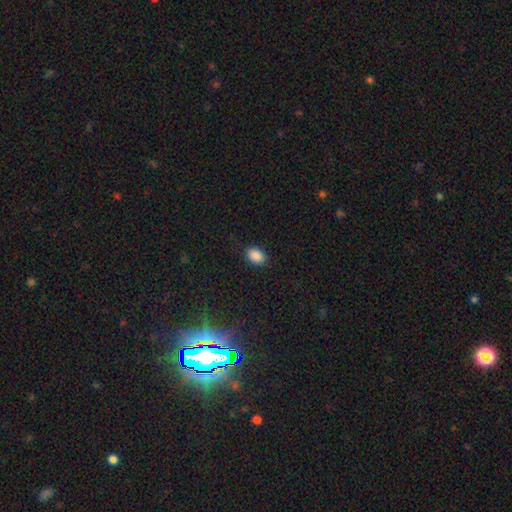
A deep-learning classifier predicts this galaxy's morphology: type=smooth (88%); roundness=in between (79%); merging=none (86%).